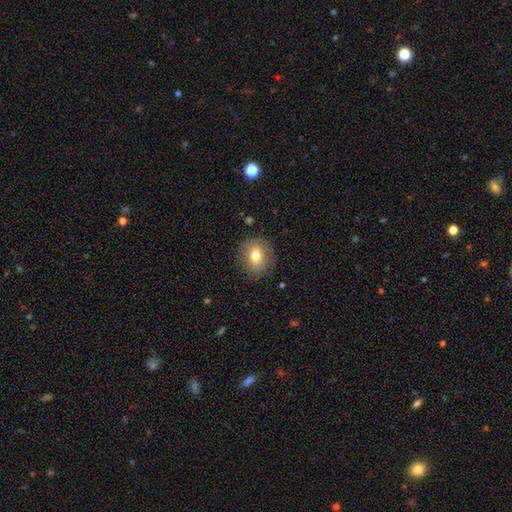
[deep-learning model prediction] Smooth or featured?
  - smooth: 74% *
  - featured or disk: 16%
  - star or artifact: 10%
How rounded?
  - round: 70% *
  - in between: 29%
  - cigar-shaped: 1%
Merging?
  - none: 84% *
  - minor disturbance: 12%
  - major disturbance: 4%
  - merger: 1%